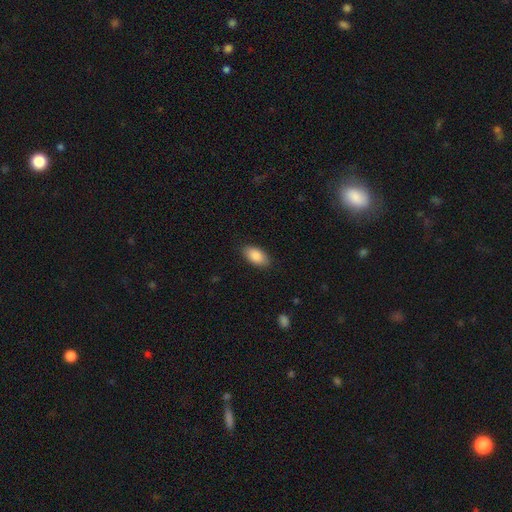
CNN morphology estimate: This appears to be a smooth galaxy with no disk features (88%) that is in between round and cigar-shaped (94%). Merging: none (87%).